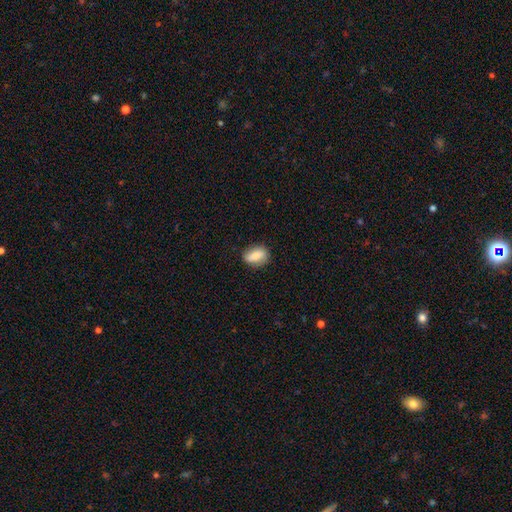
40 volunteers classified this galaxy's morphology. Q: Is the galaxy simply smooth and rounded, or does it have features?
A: smooth — 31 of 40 (78%).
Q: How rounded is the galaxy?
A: in between — 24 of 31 (77%).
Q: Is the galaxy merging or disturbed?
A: none — 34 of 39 (87%).